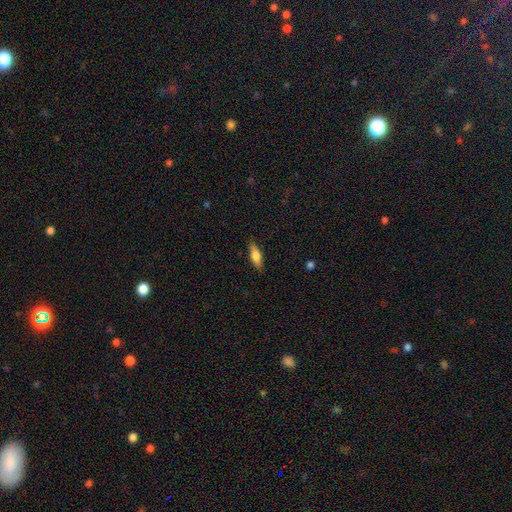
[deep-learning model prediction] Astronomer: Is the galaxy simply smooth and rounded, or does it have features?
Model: smooth — 68%.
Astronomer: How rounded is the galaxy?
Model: in between — 56% (runner-up: cigar-shaped, 41%).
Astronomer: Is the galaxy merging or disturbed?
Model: none — 86%.